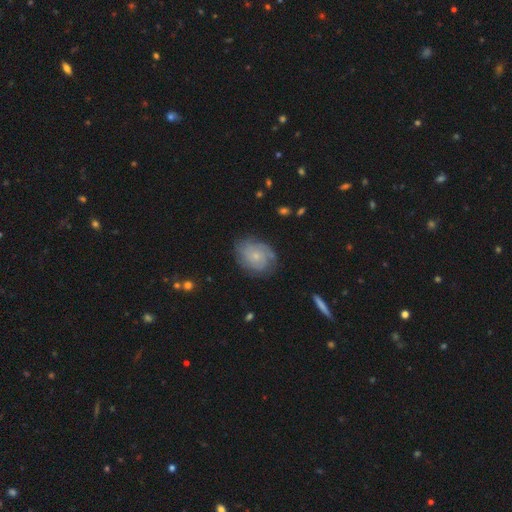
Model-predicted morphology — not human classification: smooth-or-featured: featured or disk: 68% | smooth: 25% | star or artifact: 7%
  disk-edge-on: no: 97% | yes: 3%
    bar: no: 80% | weak: 18% | strong: 2%
    has-spiral-arms: yes: 90% | no: 10%
      spiral-winding: tight: 64% | medium: 27% | loose: 9%
      spiral-arm-count: can't tell: 41% | 2: 23% | 3: 17% | 4: 8% | 1: 6% | more than 4: 5%
    bulge-size: small: 75% | moderate: 19% | none: 4% | large: 1% | dominant: 1%
  merging: none: 75% | minor disturbance: 18% | major disturbance: 6% | merger: 1%